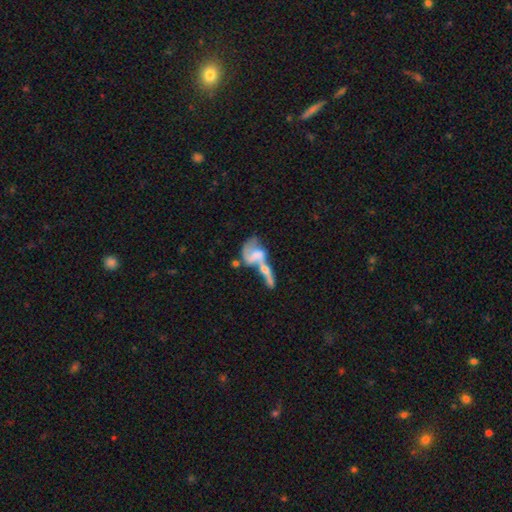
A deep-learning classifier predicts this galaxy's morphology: A featured or disk galaxy (59%) with no bar (62%), spiral arms (57%) and no central bulge (37%). Merging: merger (67%).